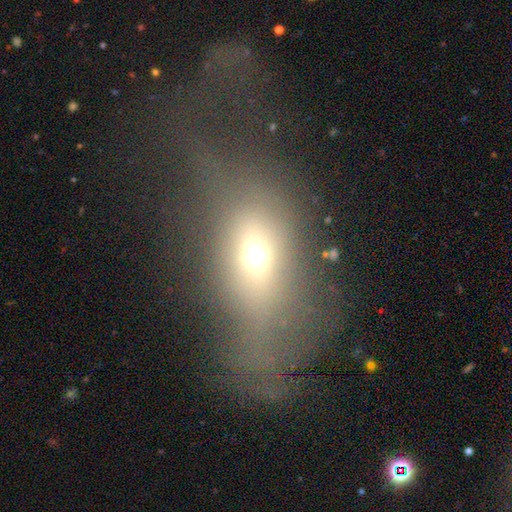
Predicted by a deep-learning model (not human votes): Smooth or featured? Predicted: smooth (p=0.52). How rounded? Predicted: in between (p=0.69). Merging? Predicted: major disturbance (p=0.45).